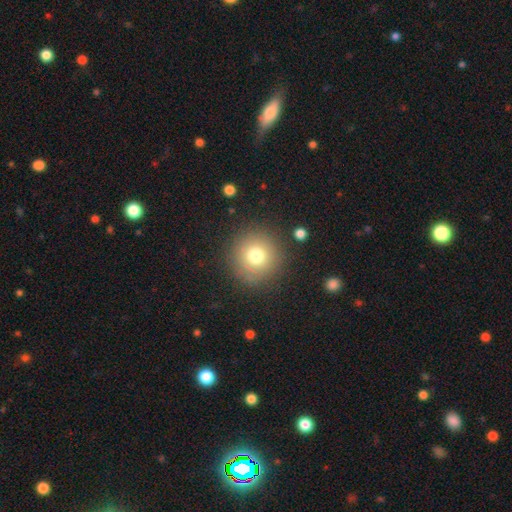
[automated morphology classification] type=smooth (75%); roundness=round (95%); merging=none (88%).